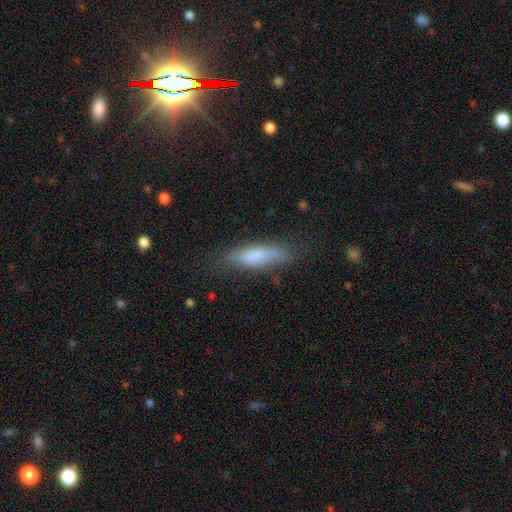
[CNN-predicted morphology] Smooth or featured: smooth — 74% (featured or disk — 19%)
How rounded: cigar-shaped — 58% (in between — 40%)
Merging: none — 67% (minor disturbance — 22%)